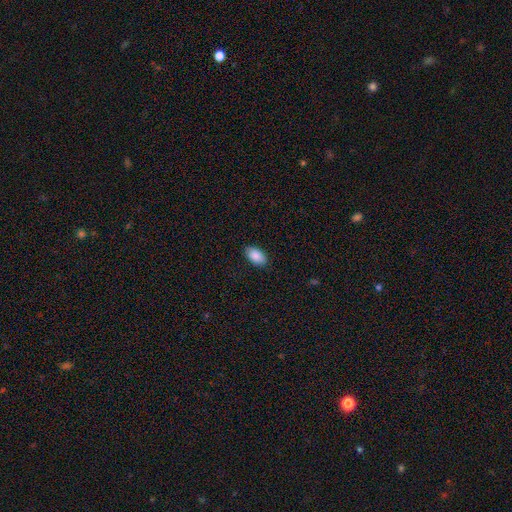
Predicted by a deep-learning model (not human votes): Smooth or featured? smooth (89%)
How rounded? in between (95%)
Merging? none (89%)